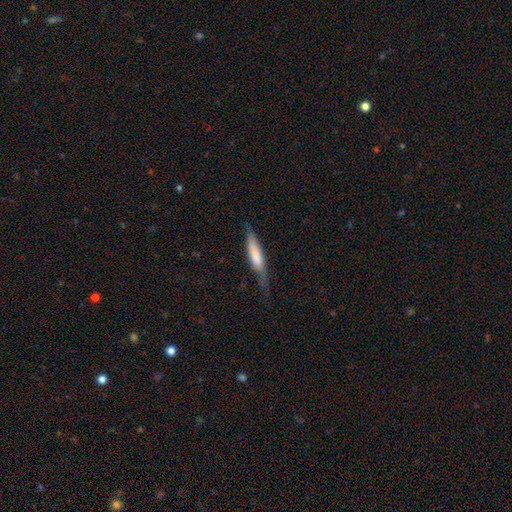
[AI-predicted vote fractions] The model was most divided on "smooth or featured": smooth: 63%, featured or disk: 31%, star or artifact: 6%. More confident: how rounded — cigar-shaped (82%); merging — none (66%).